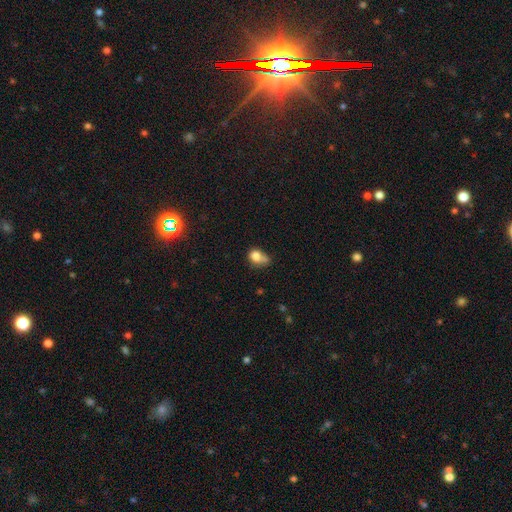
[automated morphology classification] Smooth or featured? Predicted: smooth (p=0.76). How rounded? Predicted: round (p=0.52). Merging? Predicted: merger (p=0.35).